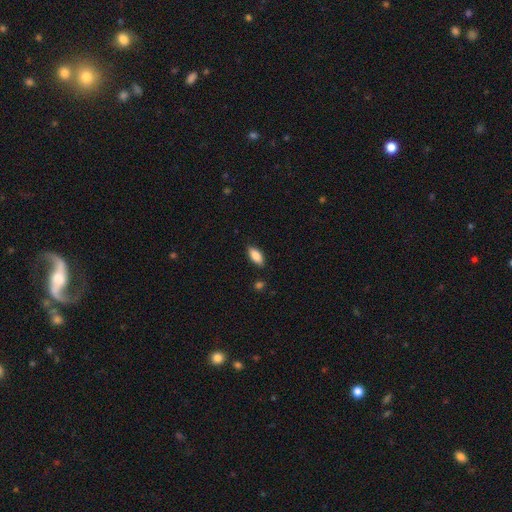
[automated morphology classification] Smooth or featured: smooth — 84% (featured or disk — 9%)
How rounded: in between — 86% (cigar-shaped — 12%)
Merging: none — 85% (minor disturbance — 11%)